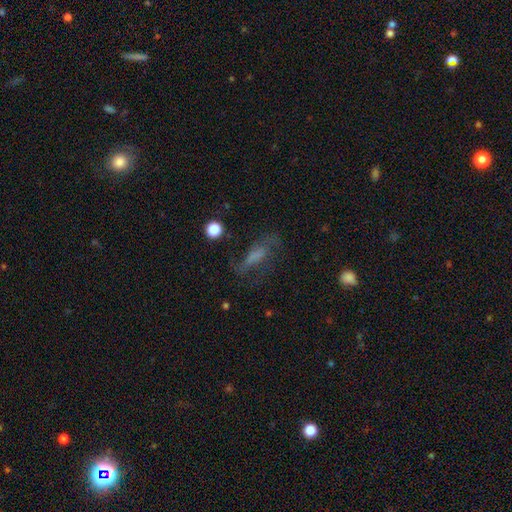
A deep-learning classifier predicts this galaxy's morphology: A featured or disk galaxy (44%). Merging: none (50%).